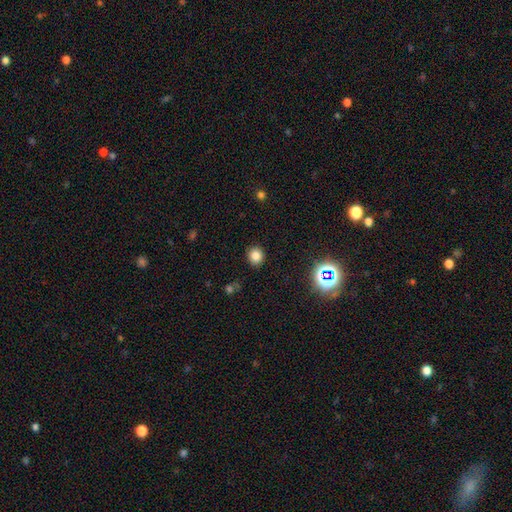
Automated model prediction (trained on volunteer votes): Smooth or featured? smooth (80%)
How rounded? round (81%)
Merging? none (89%)